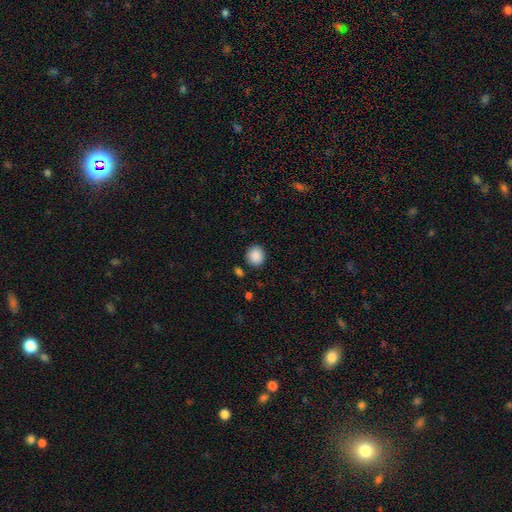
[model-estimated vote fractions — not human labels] A smooth galaxy with no disk features (89%) that is round (85%). Merging: none (88%).